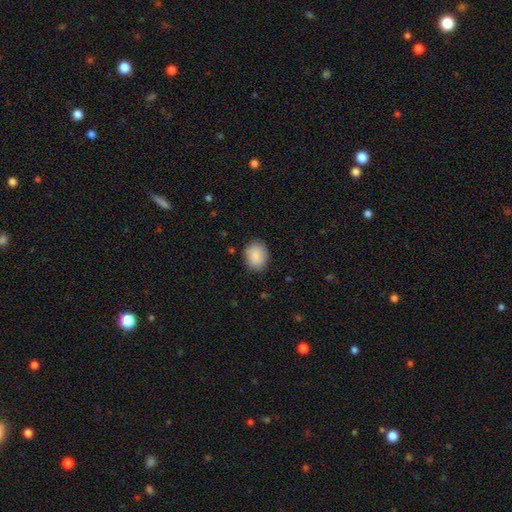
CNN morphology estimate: This appears to be a smooth galaxy with no disk features (88%) that is in between round and cigar-shaped (53%). Merging: none (84%).